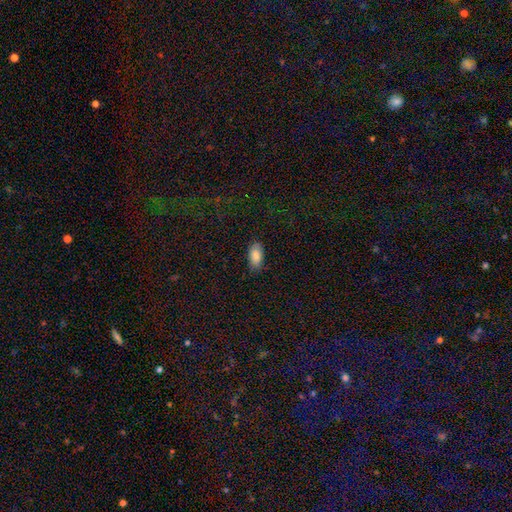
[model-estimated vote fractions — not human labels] Smooth or featured? Predicted: smooth (p=0.86). How rounded? Predicted: in between (p=0.92). Merging? Predicted: none (p=0.82).